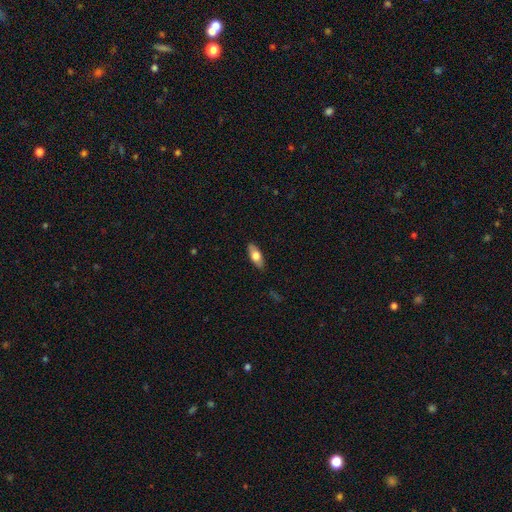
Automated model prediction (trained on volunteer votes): A smooth galaxy with no disk features (66%) that is in between round and cigar-shaped (77%). Merging: none (86%).